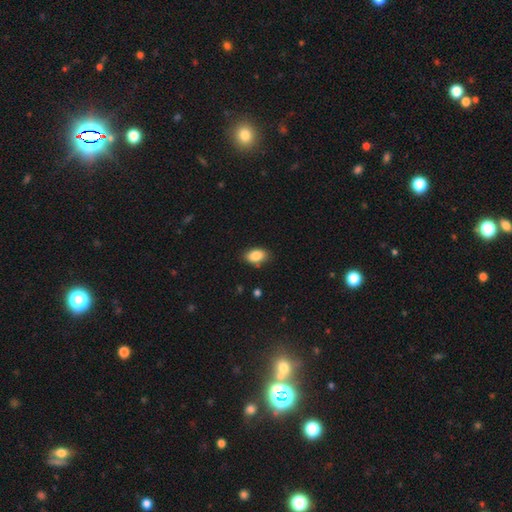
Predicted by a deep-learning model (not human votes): Overall: smooth (87%). How rounded: in between (89%). Merging: none (81%).